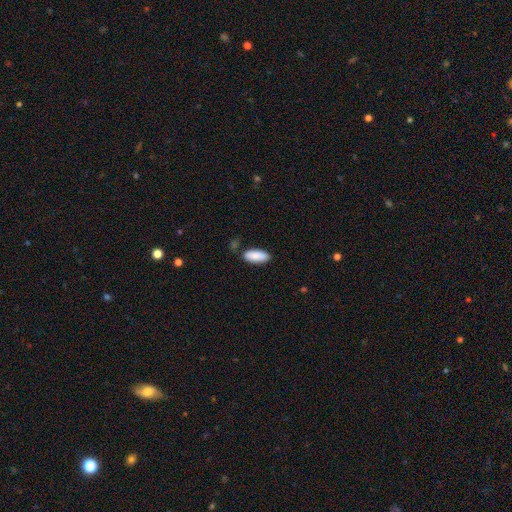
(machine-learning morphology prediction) A smooth galaxy with no disk features (88%) that is in between round and cigar-shaped (82%).

Vote fractions:
- Smooth or featured? smooth: 88% / star or artifact: 6% / featured or disk: 6%
- How rounded? in between: 82% / cigar-shaped: 17% / round: 2%
- Merging? none: 81% / minor disturbance: 13% / merger: 4% / major disturbance: 3%